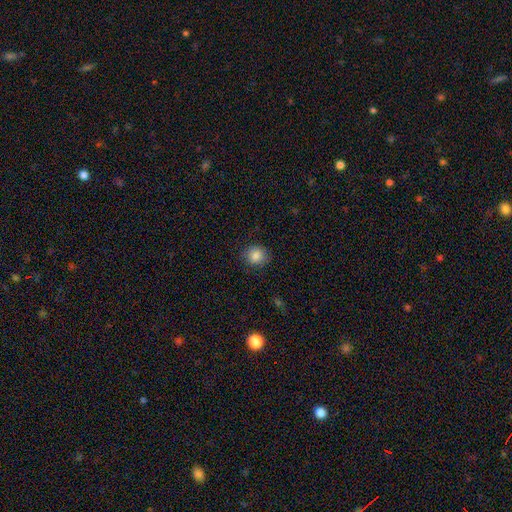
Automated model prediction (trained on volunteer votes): This is clearly a smooth galaxy (86%). How rounded: clearly round (85%). Merging: clearly none (87%).